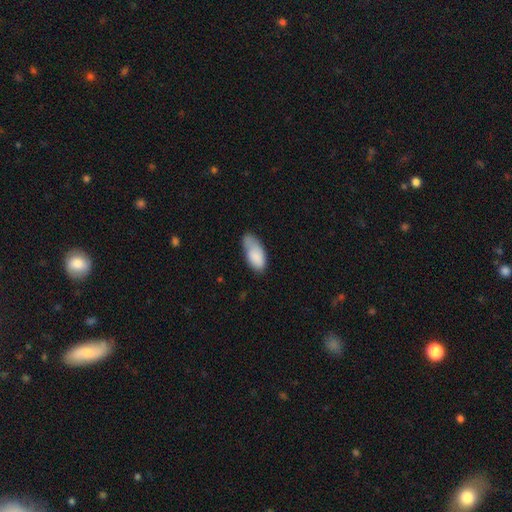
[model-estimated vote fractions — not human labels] The model was most divided on "merging": none: 41%, minor disturbance: 40%, major disturbance: 14%, merger: 5%. More confident: how rounded — in between (90%); smooth or featured — smooth (83%).